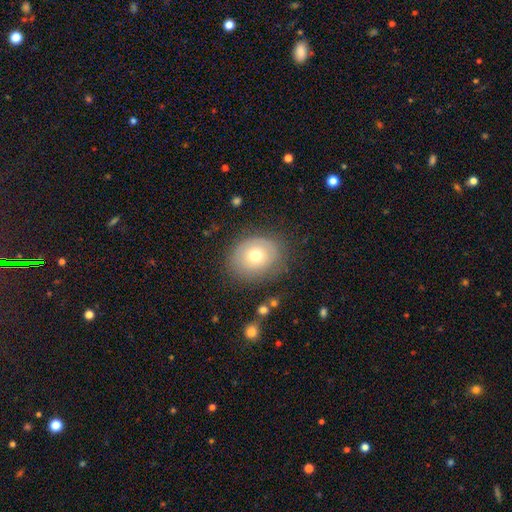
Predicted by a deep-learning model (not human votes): smooth_or_featured: smooth (p=0.65) [alt: featured or disk p=0.24]
how_rounded: round (p=0.57) [alt: in between p=0.42]
merging: none (p=0.75) [alt: minor disturbance p=0.17]